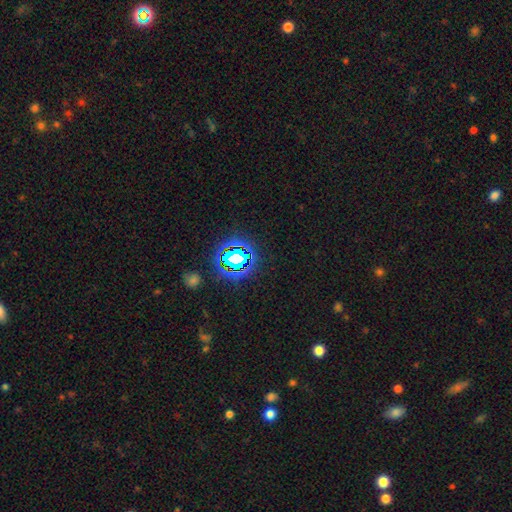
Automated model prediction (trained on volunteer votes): Smooth or featured: star or artifact — 76% (smooth — 16%)